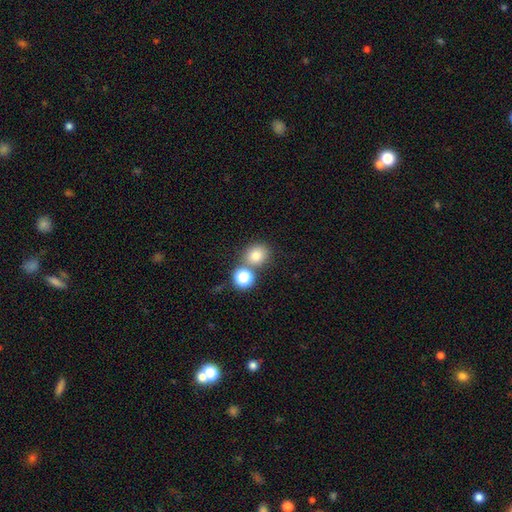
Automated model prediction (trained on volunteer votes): Smooth or featured: smooth — 77% (star or artifact — 14%)
How rounded: round — 77% (in between — 22%)
Merging: none — 63% (merger — 26%)